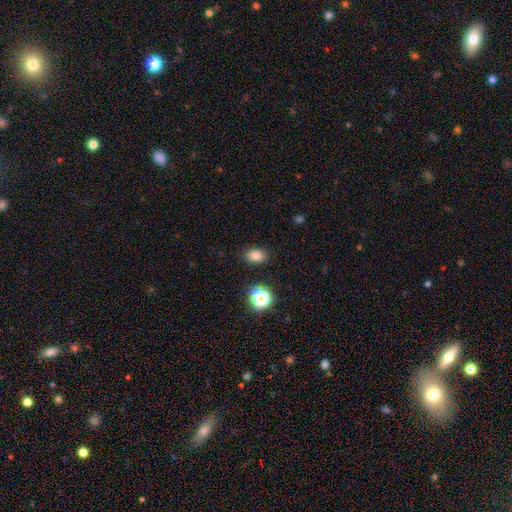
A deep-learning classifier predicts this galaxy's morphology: Smooth or featured? smooth (80%)
How rounded? in between (77%)
Merging? none (86%)